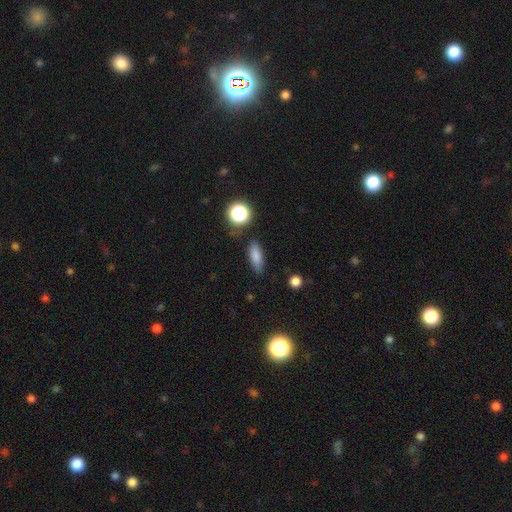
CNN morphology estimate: Smooth or featured?
  - smooth: 81% *
  - star or artifact: 10%
  - featured or disk: 8%
How rounded?
  - in between: 60% *
  - cigar-shaped: 33%
  - round: 6%
Merging?
  - none: 81% *
  - minor disturbance: 13%
  - major disturbance: 4%
  - merger: 3%